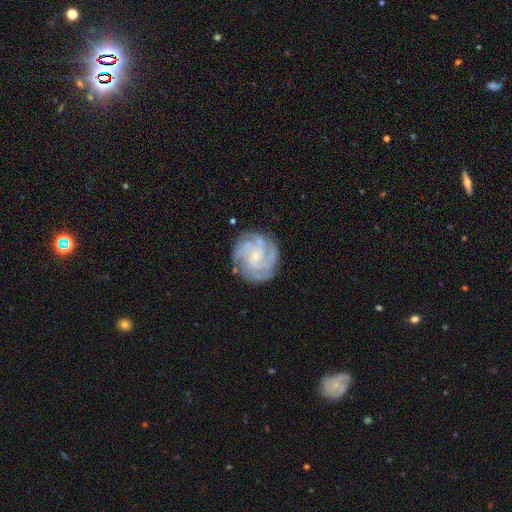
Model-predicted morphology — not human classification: smooth_or_featured: featured or disk (p=0.84) [alt: smooth p=0.09]
disk_edge_on: no (p=0.98) [alt: yes p=0.02]
bar: no (p=0.66) [alt: weak p=0.29]
has_spiral_arms: yes (p=0.97) [alt: no p=0.03]
spiral_winding: tight (p=0.67) [alt: medium p=0.29]
spiral_arm_count: 4 (p=0.37) [alt: 3 p=0.22]
bulge_size: small (p=0.73) [alt: moderate p=0.17]
merging: none (p=0.81) [alt: minor disturbance p=0.13]